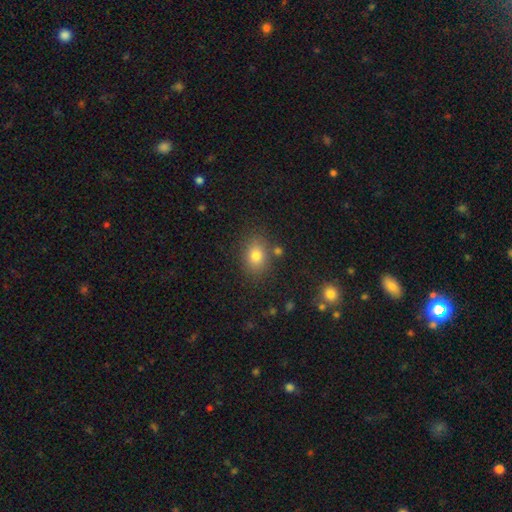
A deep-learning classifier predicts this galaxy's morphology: This appears to be a smooth galaxy with no disk features (79%) that is in between round and cigar-shaped (63%). Merging: none (79%).